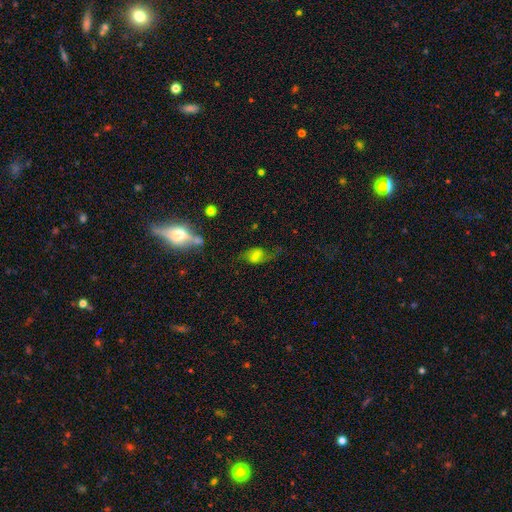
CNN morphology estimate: smooth_or_featured: featured or disk (p=0.46) [alt: smooth p=0.40]
merging: none (p=0.52) [alt: minor disturbance p=0.22]